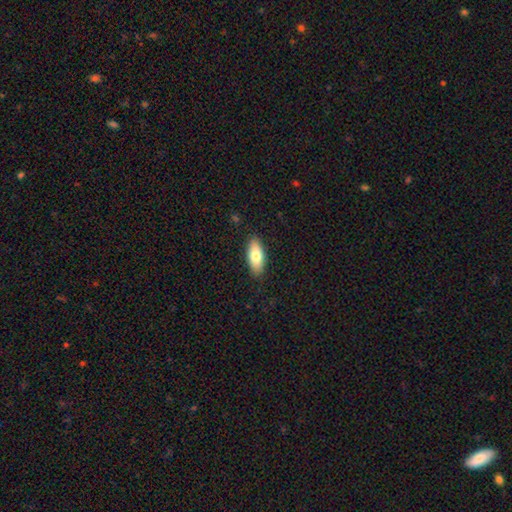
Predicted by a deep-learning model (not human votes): Smooth or featured? Predicted: smooth (p=0.78). How rounded? Predicted: in between (p=0.84). Merging? Predicted: none (p=0.88).